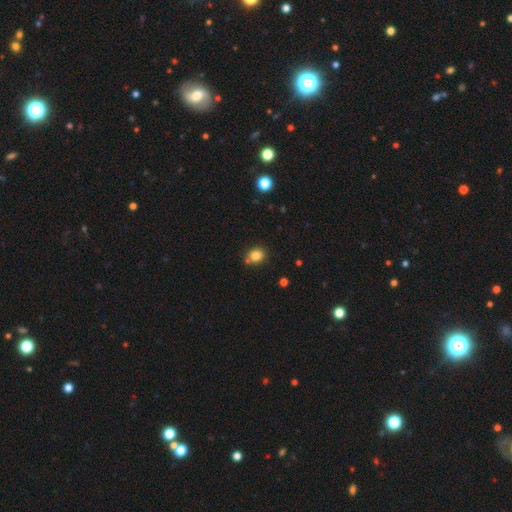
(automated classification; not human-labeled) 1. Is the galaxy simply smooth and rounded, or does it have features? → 82% smooth, 11% star or artifact, 6% featured or disk.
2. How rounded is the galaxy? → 64% round, 35% in between, 1% cigar-shaped.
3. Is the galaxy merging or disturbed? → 74% none, 14% minor disturbance, 10% merger, 3% major disturbance.